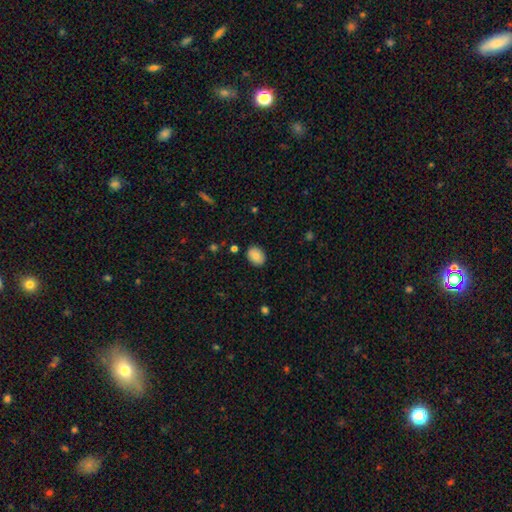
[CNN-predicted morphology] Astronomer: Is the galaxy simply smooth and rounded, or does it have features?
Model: smooth — 83%.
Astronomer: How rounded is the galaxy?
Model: in between — 68%.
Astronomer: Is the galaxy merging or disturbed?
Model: none — 86%.